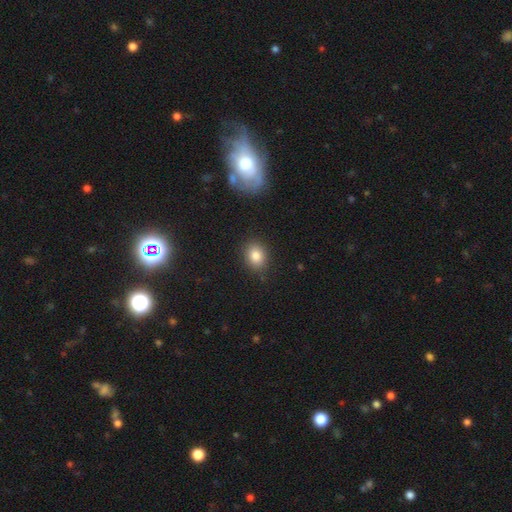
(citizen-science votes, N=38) smooth-or-featured: smooth: 82% | featured or disk: 13% | star or artifact: 5%
  how-rounded: round: 68% | in between: 32% | cigar-shaped: 0%
  merging: none: 92% | minor disturbance: 6% | major disturbance: 3% | merger: 0%